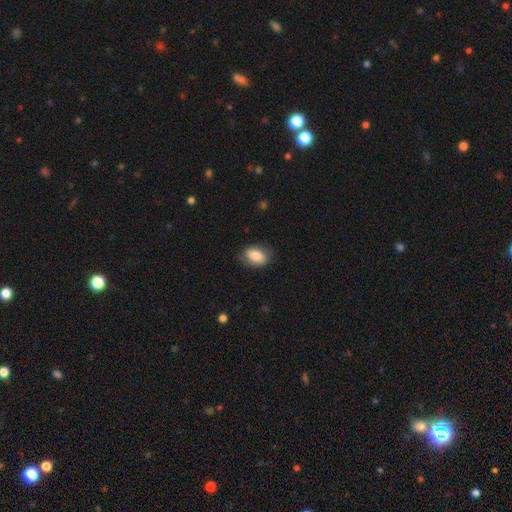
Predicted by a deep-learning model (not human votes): Q: Smooth or featured?
A: smooth (78%); runner-up: featured or disk (15%)
Q: How rounded?
A: in between (82%); runner-up: round (16%)
Q: Merging?
A: none (79%); runner-up: minor disturbance (16%)